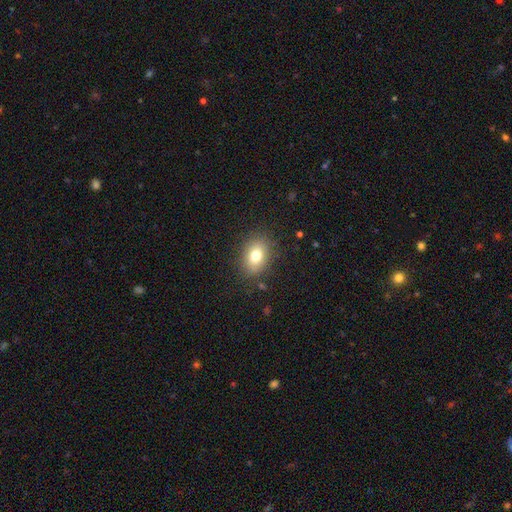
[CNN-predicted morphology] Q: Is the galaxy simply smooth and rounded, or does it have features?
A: smooth — 77%.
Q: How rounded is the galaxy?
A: in between — 75%.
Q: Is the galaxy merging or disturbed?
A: none — 84%.